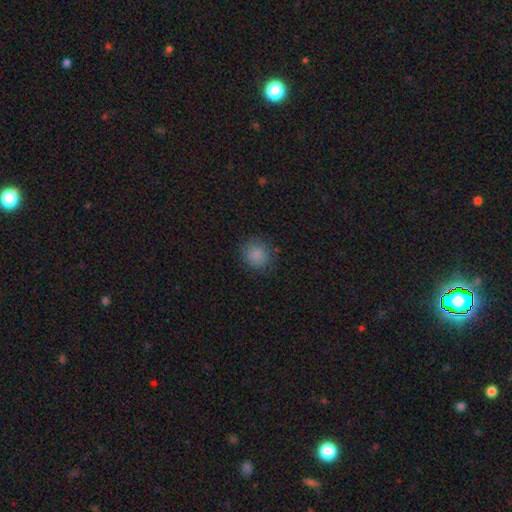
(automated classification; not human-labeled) Smooth or featured: smooth — 86% (star or artifact — 10%)
How rounded: round — 81% (in between — 18%)
Merging: none — 84% (minor disturbance — 12%)